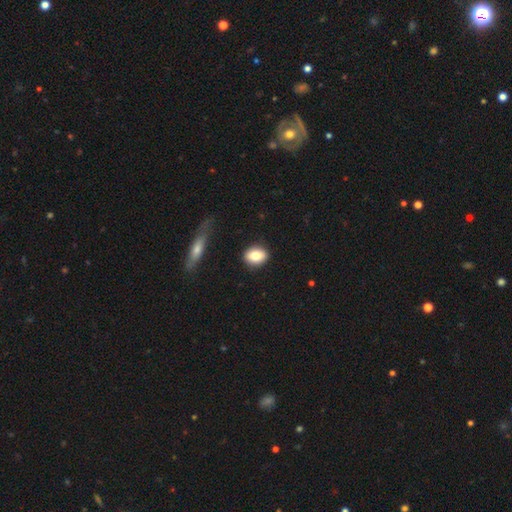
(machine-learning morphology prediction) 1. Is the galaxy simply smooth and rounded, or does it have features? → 81% smooth, 11% featured or disk, 8% star or artifact.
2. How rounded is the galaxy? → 59% in between, 39% round, 2% cigar-shaped.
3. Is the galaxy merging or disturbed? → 87% none, 9% minor disturbance, 2% major disturbance, 2% merger.